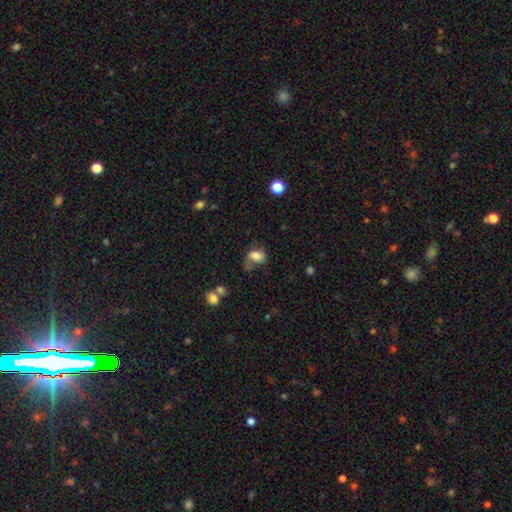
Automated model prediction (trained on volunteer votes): Smooth or featured: smooth — 69% (featured or disk — 21%)
How rounded: in between — 74% (round — 24%)
Merging: none — 44% (minor disturbance — 29%)